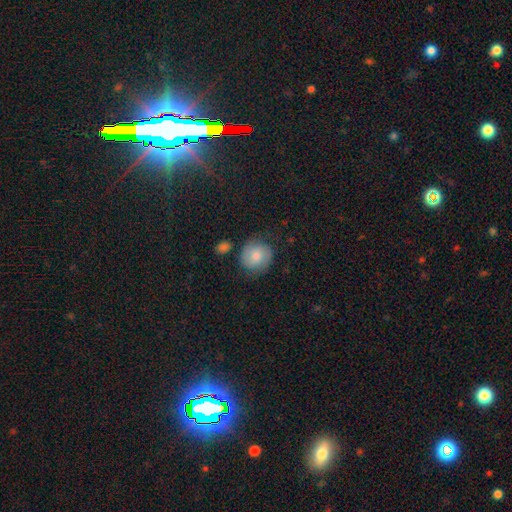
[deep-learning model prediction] Q: Smooth or featured?
A: smooth (72%); runner-up: featured or disk (20%)
Q: How rounded?
A: round (83%); runner-up: in between (16%)
Q: Merging?
A: none (74%); runner-up: minor disturbance (17%)